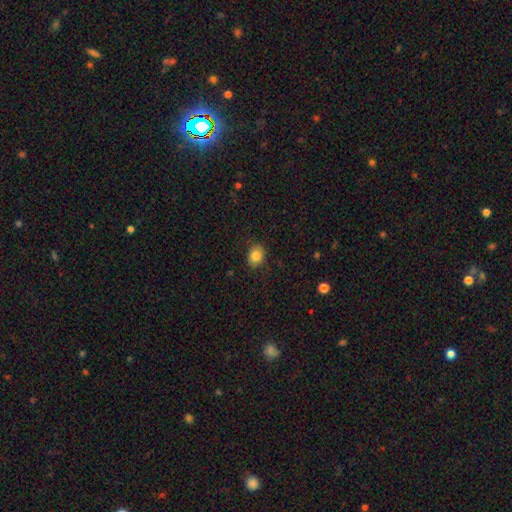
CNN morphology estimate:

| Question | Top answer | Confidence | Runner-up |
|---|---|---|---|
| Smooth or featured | smooth | 85% | star or artifact (9%) |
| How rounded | in between | 51% | round (48%) |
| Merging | none | 84% | minor disturbance (12%) |